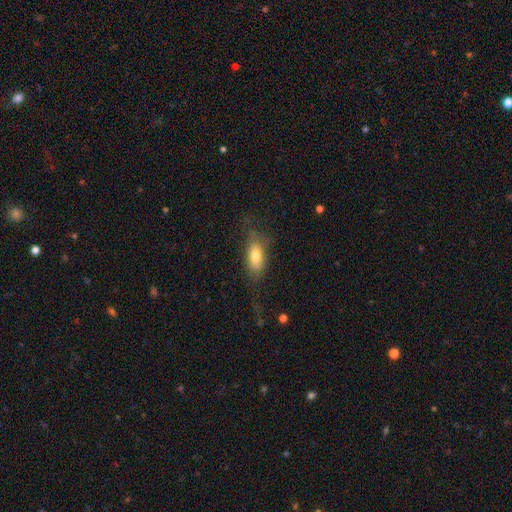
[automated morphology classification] A smooth galaxy with no disk features (70%) that is in between round and cigar-shaped (80%). Merging: none (57%).